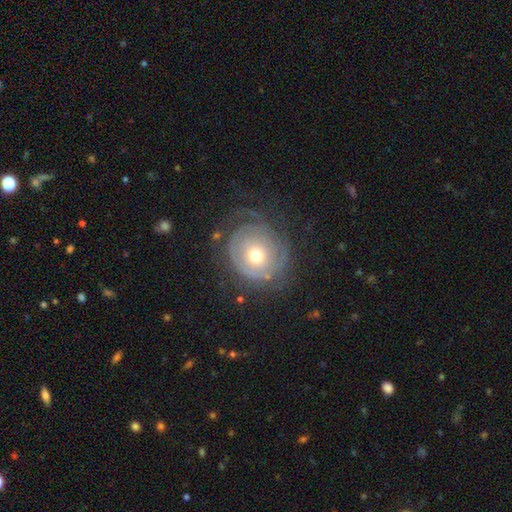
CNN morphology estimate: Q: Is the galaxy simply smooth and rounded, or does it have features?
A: featured or disk — 62%.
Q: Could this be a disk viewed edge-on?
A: no — 96%.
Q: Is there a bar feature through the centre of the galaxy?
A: no — 86%.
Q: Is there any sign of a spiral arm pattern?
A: yes — 67%.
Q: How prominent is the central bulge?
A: moderate — 67%.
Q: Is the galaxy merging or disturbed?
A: none — 60%.